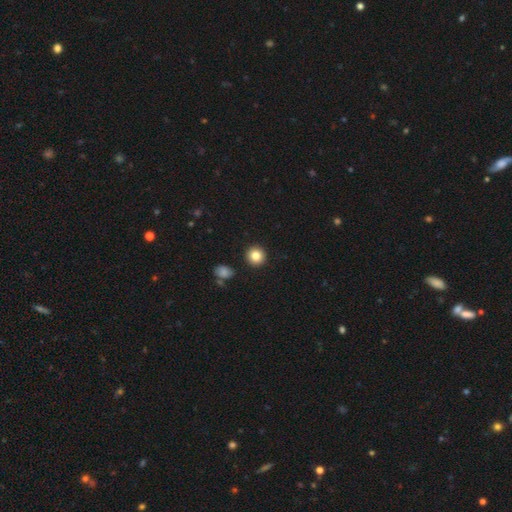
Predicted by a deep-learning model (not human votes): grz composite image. It shows a smooth galaxy with no disk features (84%) that is round (93%). Merging: none (91%).